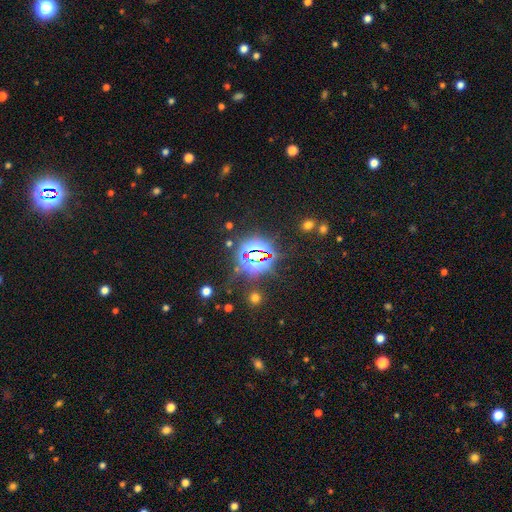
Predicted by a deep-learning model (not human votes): A star or artifact, not a galaxy (79%).

Vote fractions:
- Smooth or featured? star or artifact: 79% / smooth: 13% / featured or disk: 9%